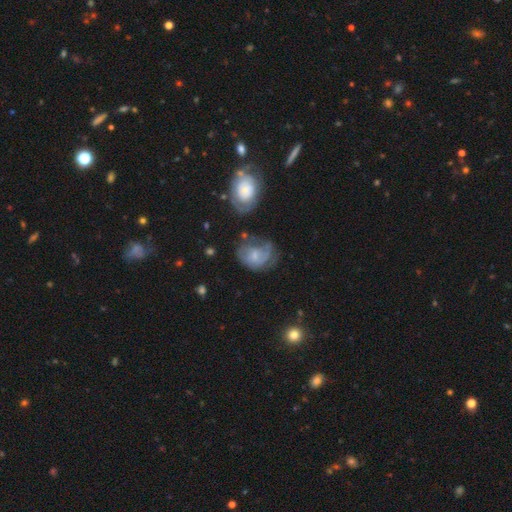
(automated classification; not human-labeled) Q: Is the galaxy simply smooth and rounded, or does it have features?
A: featured or disk — 49%.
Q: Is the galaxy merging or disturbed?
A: none — 39%.